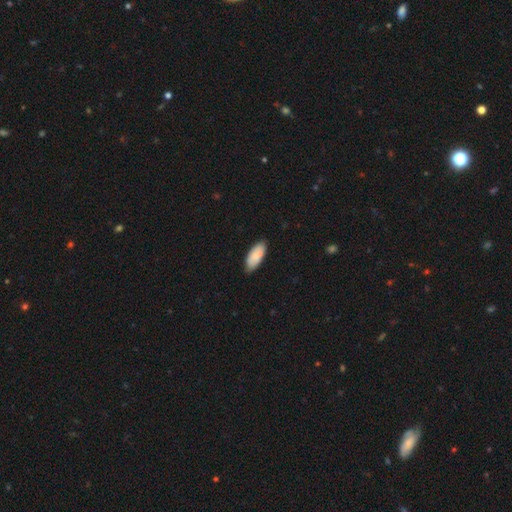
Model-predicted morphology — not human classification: Q: Smooth or featured?
A: smooth (82%); runner-up: featured or disk (12%)
Q: How rounded?
A: in between (85%); runner-up: cigar-shaped (13%)
Q: Merging?
A: none (80%); runner-up: minor disturbance (16%)